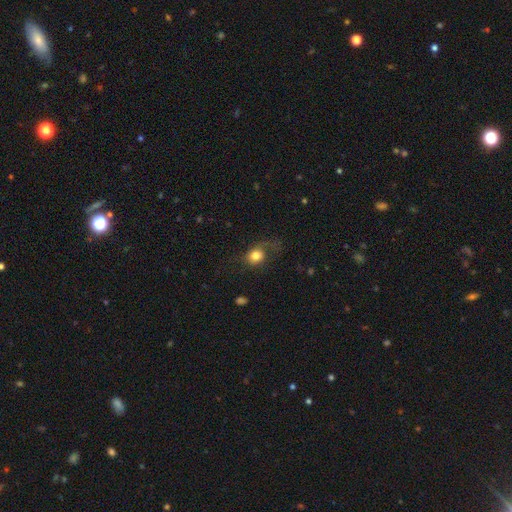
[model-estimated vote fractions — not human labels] smooth 76%, featured or disk 13%, star or artifact 10%. Down the decision tree: how rounded — round (70%); merging — none (48%).